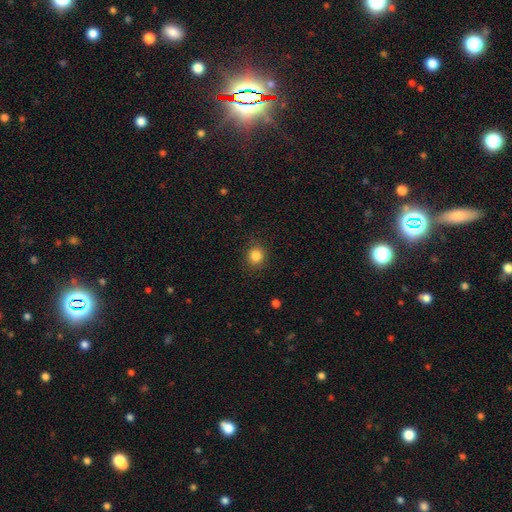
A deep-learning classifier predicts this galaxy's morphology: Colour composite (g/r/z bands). It shows a smooth galaxy with no disk features (85%) that is round (87%). Merging: none (86%).